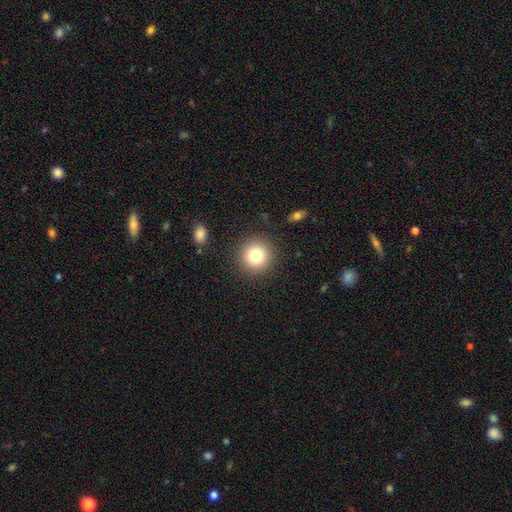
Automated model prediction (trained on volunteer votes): This is clearly a smooth galaxy (82%). How rounded: clearly round (93%). Merging: clearly none (89%).